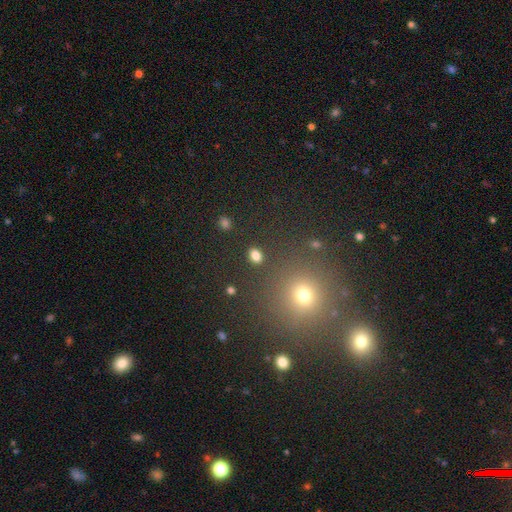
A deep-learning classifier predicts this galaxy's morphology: Smooth or featured? smooth (82%)
How rounded? in between (58%)
Merging? none (87%)